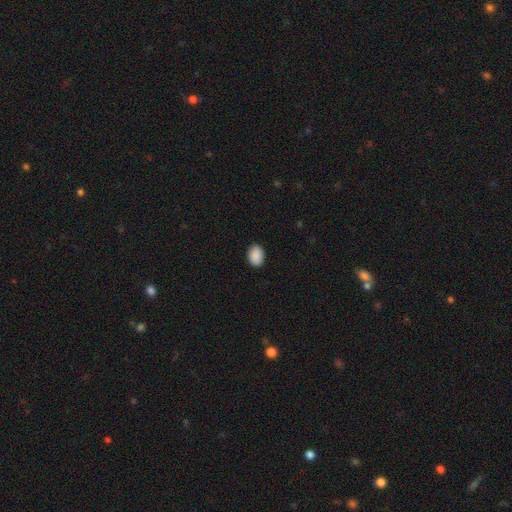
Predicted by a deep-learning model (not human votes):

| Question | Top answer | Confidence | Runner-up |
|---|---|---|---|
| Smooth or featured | smooth | 91% | star or artifact (7%) |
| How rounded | in between | 78% | round (21%) |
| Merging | none | 89% | minor disturbance (8%) |